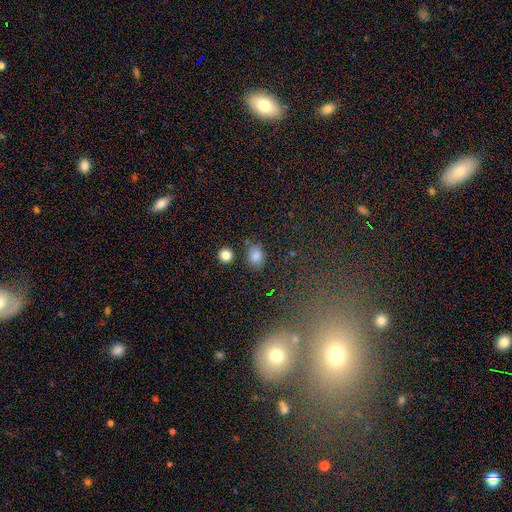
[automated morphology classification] smooth-or-featured: smooth: 83% | star or artifact: 12% | featured or disk: 6%
  how-rounded: in between: 56% | round: 42% | cigar-shaped: 1%
  merging: none: 74% | minor disturbance: 13% | merger: 9% | major disturbance: 4%